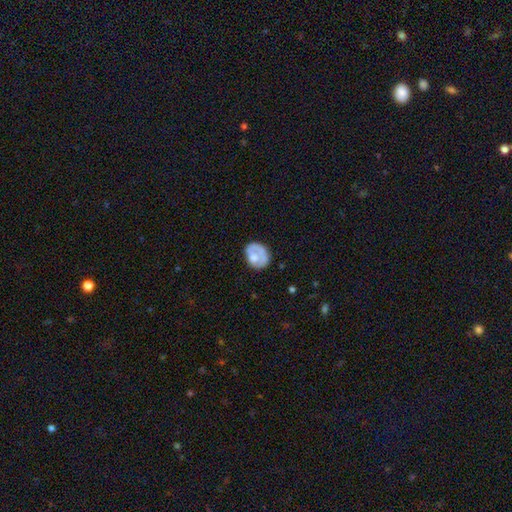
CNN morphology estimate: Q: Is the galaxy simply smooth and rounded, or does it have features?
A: smooth — 54%.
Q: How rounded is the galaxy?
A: in between — 54%.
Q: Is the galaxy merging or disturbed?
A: none — 48%.